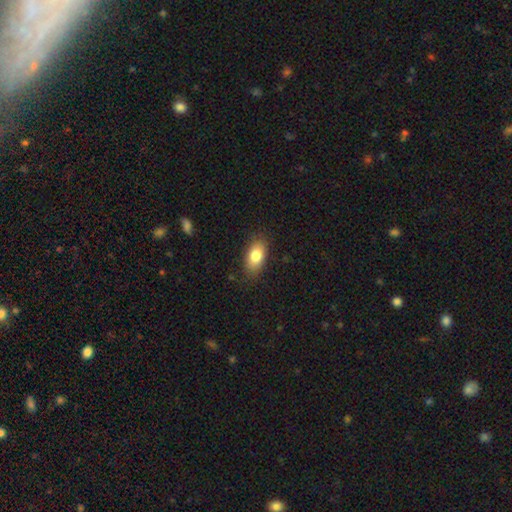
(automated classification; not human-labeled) The model was most divided on "smooth or featured": smooth: 81%, featured or disk: 12%, star or artifact: 7%. More confident: how rounded — in between (90%); merging — none (84%).